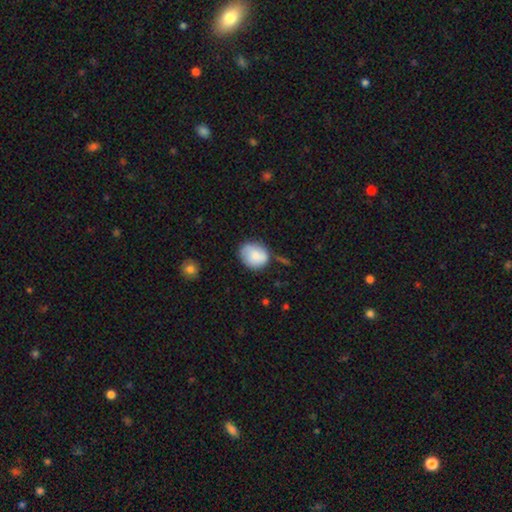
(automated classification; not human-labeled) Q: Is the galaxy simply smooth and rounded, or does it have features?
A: smooth — 80%.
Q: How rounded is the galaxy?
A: round — 63%.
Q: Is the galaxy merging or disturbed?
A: none — 62%.